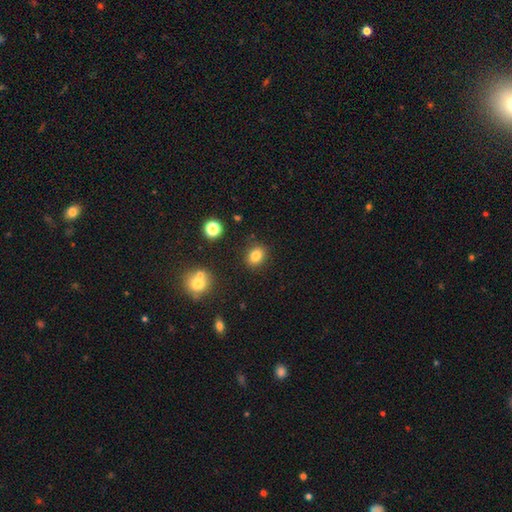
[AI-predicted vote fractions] Smooth or featured?
  - smooth: 82% *
  - star or artifact: 11%
  - featured or disk: 7%
How rounded?
  - in between: 56% *
  - round: 43%
  - cigar-shaped: 1%
Merging?
  - none: 86% *
  - minor disturbance: 9%
  - merger: 3%
  - major disturbance: 3%